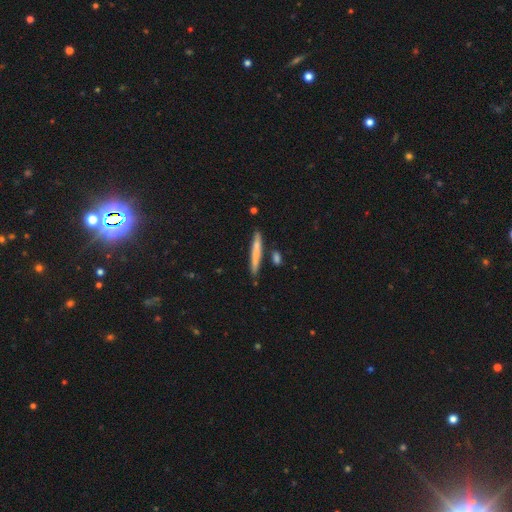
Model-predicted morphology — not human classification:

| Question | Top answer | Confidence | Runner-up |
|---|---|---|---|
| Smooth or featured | smooth | 67% | featured or disk (27%) |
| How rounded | cigar-shaped | 94% | in between (4%) |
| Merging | none | 80% | minor disturbance (12%) |